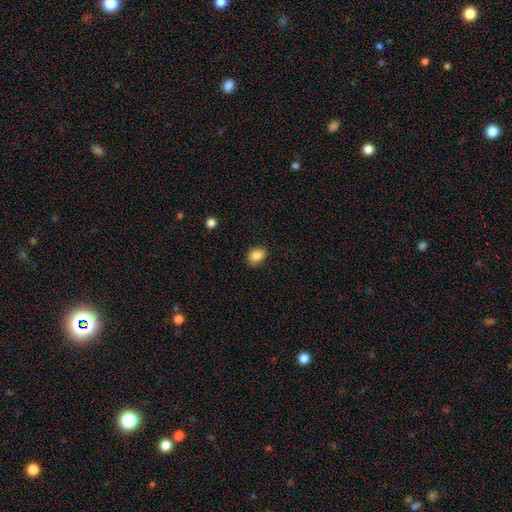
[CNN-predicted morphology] This is clearly a smooth galaxy (86%). How rounded: likely in between (62%). Merging: likely none (80%).